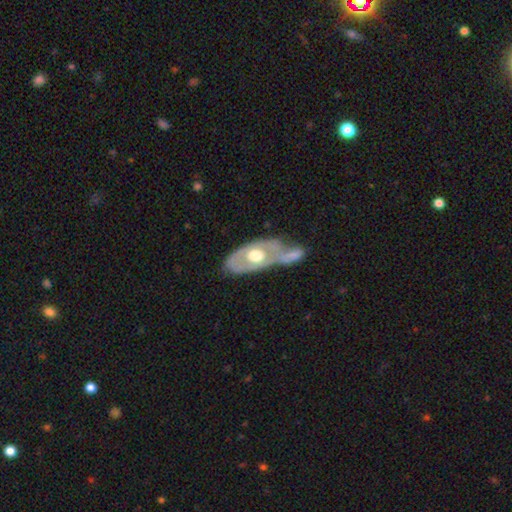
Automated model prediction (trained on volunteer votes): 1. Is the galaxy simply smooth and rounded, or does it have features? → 62% featured or disk, 33% smooth, 5% star or artifact.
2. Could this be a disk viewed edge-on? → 86% no, 14% yes.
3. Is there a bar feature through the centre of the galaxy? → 87% no, 10% weak, 3% strong.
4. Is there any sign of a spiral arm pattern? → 76% no, 24% yes.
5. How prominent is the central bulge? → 63% moderate, 30% large, 4% small, 2% dominant, 1% none.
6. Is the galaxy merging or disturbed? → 35% none, 32% merger, 20% minor disturbance, 13% major disturbance.